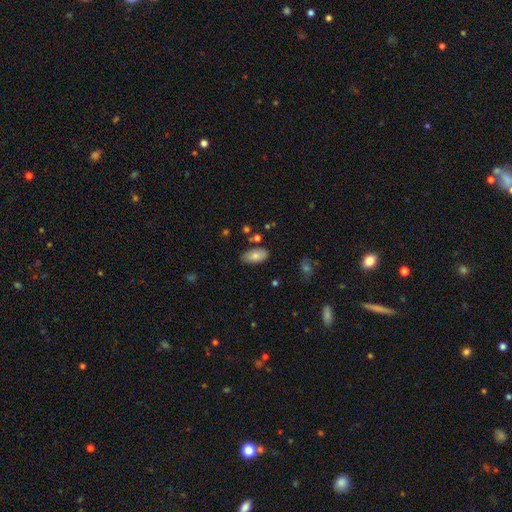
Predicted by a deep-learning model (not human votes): Overall: smooth (80%). How rounded: in between (94%). Merging: none (77%).